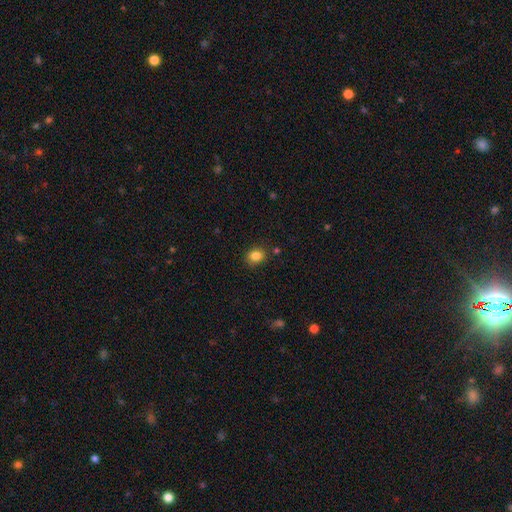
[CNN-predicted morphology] A smooth galaxy with no disk features (85%) that is round (57%). Merging: none (82%).